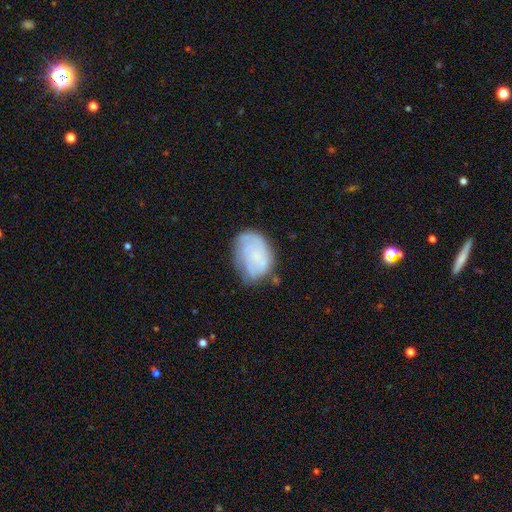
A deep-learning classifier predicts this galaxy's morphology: Overall: featured or disk (49%; smooth 43%). Merging: none (53%; minor disturbance 30%).